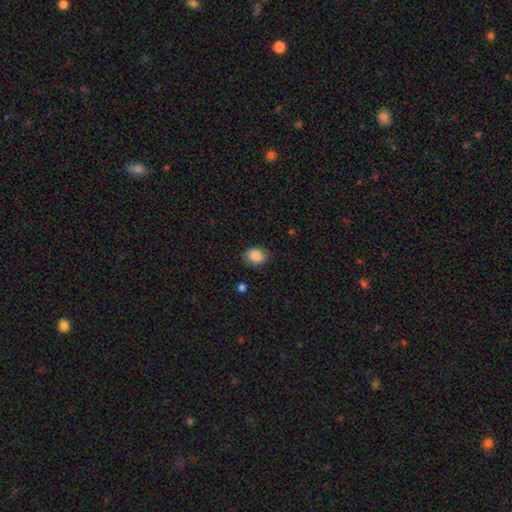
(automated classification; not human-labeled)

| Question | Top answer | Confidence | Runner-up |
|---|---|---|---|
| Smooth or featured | smooth | 87% | star or artifact (8%) |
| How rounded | in between | 55% | round (45%) |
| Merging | none | 83% | minor disturbance (13%) |